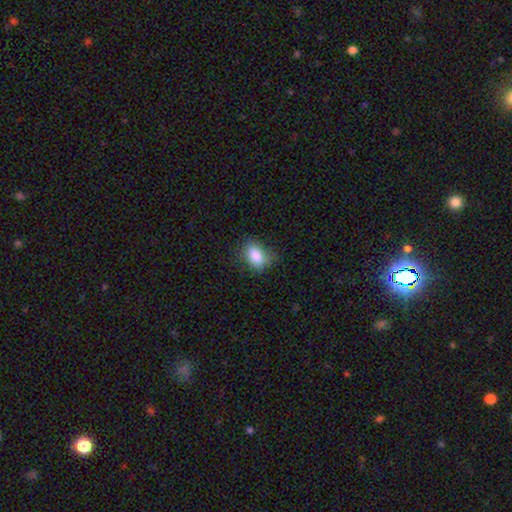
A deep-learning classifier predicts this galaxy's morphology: Smooth or featured? smooth (85%)
How rounded? in between (85%)
Merging? none (72%)